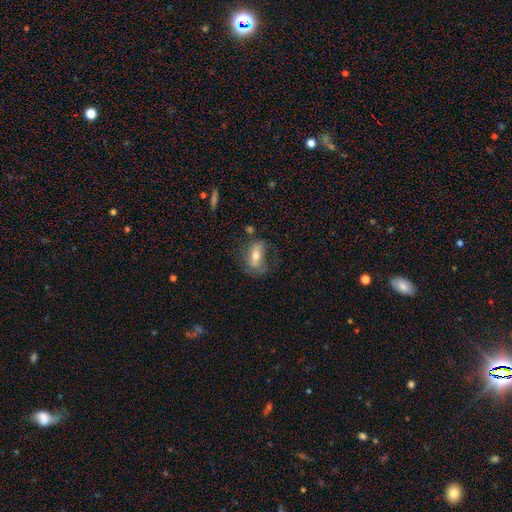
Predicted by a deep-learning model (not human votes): This is possibly a featured or disk galaxy (46%). Merging: possibly none (56%).